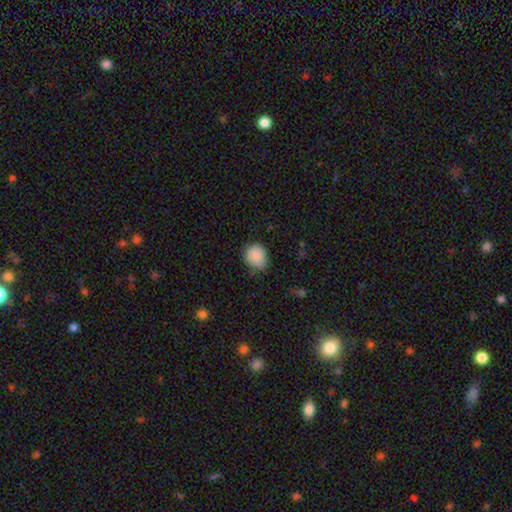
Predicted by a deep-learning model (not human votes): Smooth or featured: smooth — 87% (star or artifact — 8%)
How rounded: round — 73% (in between — 26%)
Merging: none — 69% (minor disturbance — 25%)